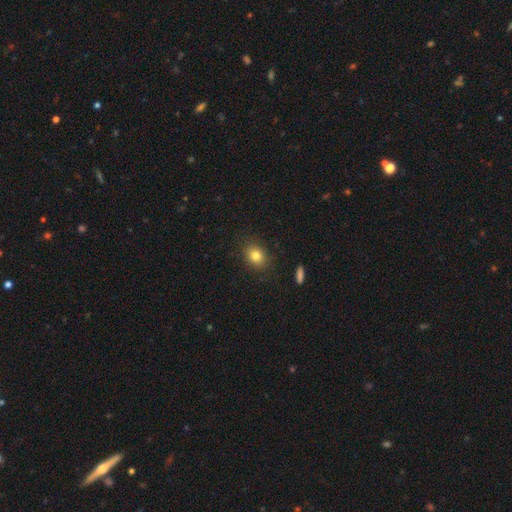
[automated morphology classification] The model was most divided on "how rounded": in between: 52%, round: 47%, cigar-shaped: 1%. More confident: merging — none (87%); smooth or featured — smooth (81%).